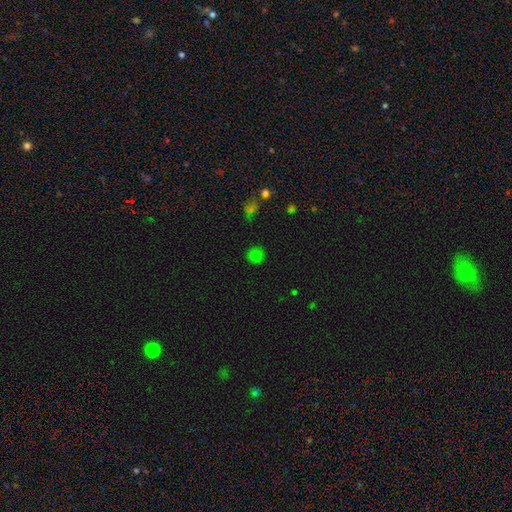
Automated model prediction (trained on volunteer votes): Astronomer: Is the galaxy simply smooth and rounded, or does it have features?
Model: smooth — 75%.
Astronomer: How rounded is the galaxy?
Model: round — 91%.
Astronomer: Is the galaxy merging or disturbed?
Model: none — 86%.